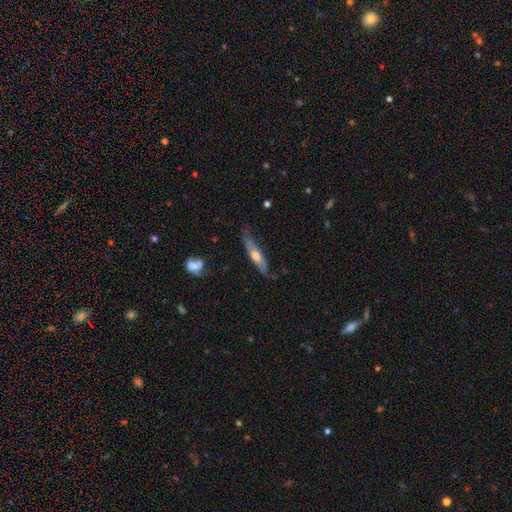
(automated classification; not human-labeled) Smooth or featured? featured or disk (49%)
Merging? none (71%)